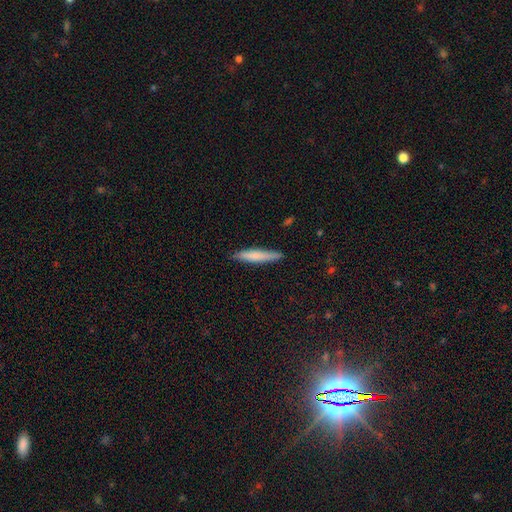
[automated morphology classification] Smooth or featured? smooth (71%)
How rounded? cigar-shaped (92%)
Merging? none (87%)